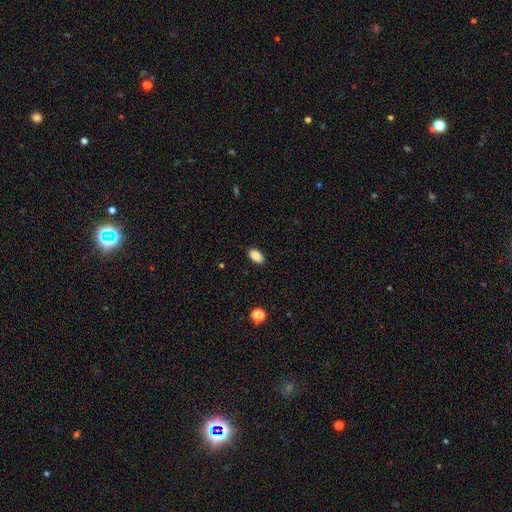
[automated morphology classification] type=smooth (87%); roundness=in between (92%); merging=none (87%).